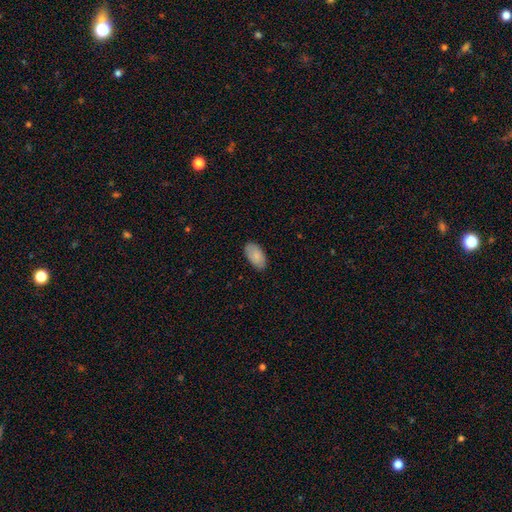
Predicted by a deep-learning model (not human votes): A smooth galaxy with no disk features (86%) that is in between round and cigar-shaped (95%). Merging: none (83%).